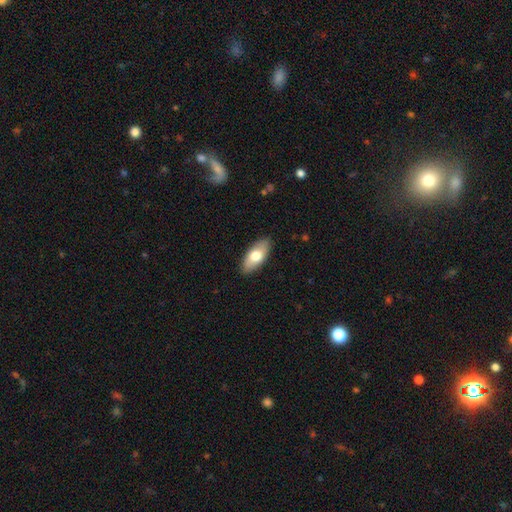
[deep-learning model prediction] This is likely a smooth galaxy (71%). How rounded: clearly in between (88%). Merging: clearly none (88%).